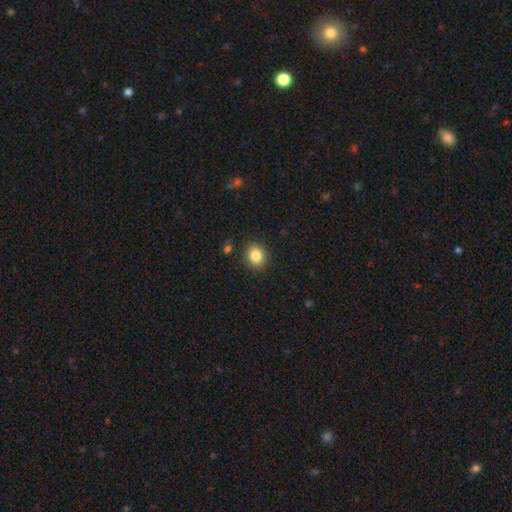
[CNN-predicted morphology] type=smooth (84%); roundness=round (61%); merging=none (88%).